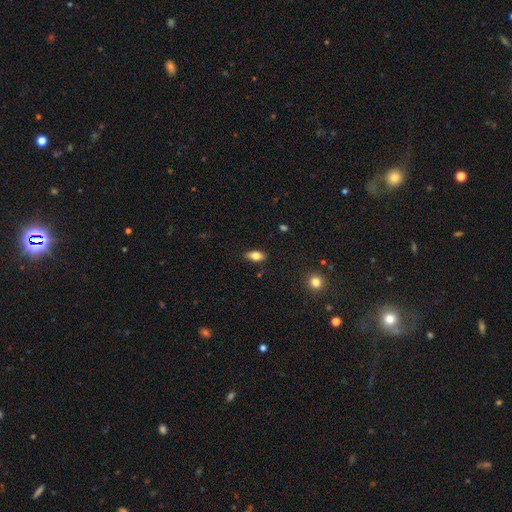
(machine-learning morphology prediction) The model was most divided on "smooth or featured": smooth: 75%, featured or disk: 18%, star or artifact: 8%. More confident: how rounded — in between (86%); merging — none (86%).